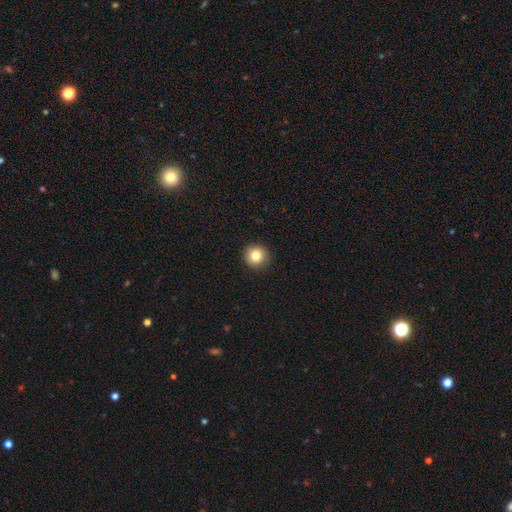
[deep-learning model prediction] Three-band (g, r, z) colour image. It shows a smooth galaxy with no disk features (82%) that is round (94%). Merging: none (92%).